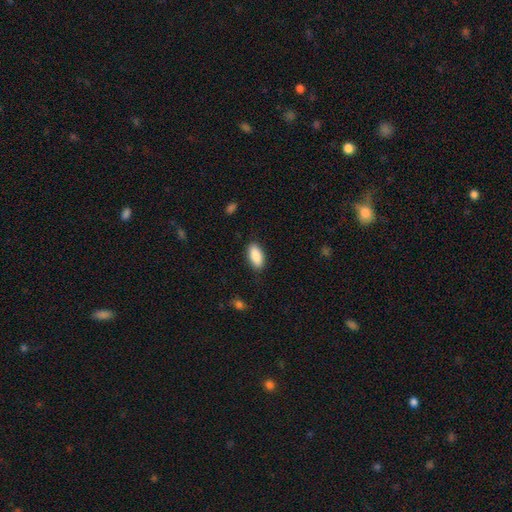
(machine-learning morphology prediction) Q: Smooth or featured?
A: smooth (88%); runner-up: star or artifact (6%)
Q: How rounded?
A: in between (86%); runner-up: cigar-shaped (12%)
Q: Merging?
A: none (86%); runner-up: minor disturbance (10%)